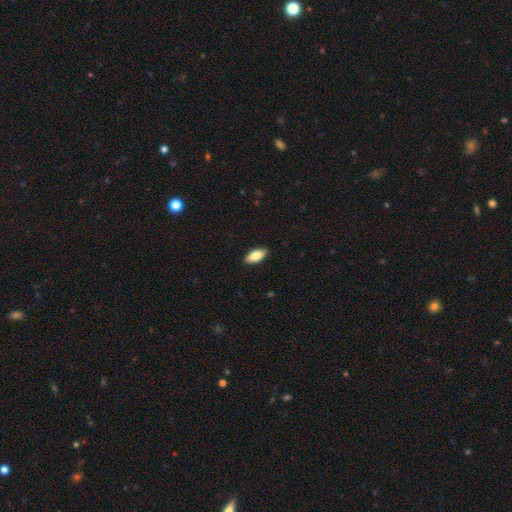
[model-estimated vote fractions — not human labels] Q: Smooth or featured?
A: smooth (81%); runner-up: featured or disk (13%)
Q: How rounded?
A: in between (88%); runner-up: cigar-shaped (9%)
Q: Merging?
A: none (89%); runner-up: minor disturbance (9%)